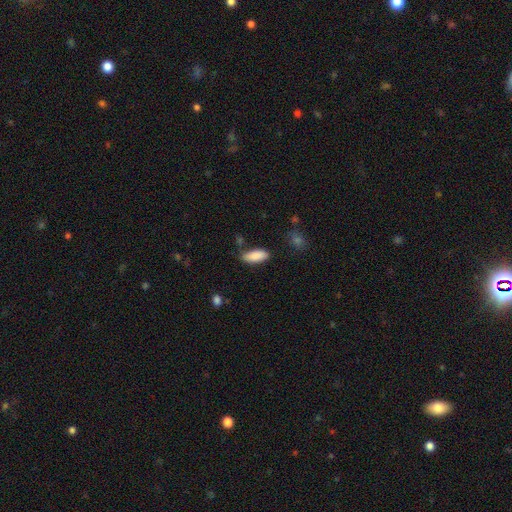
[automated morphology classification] Smooth or featured? smooth (88%)
How rounded? in between (78%)
Merging? none (75%)